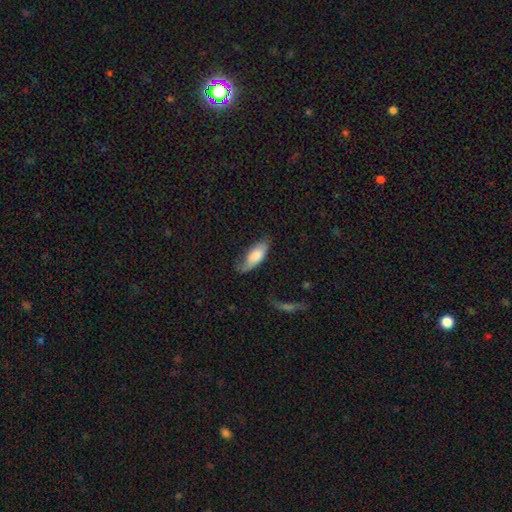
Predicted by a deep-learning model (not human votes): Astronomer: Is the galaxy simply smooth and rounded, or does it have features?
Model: smooth — 76%.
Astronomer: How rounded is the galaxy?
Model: in between — 79%.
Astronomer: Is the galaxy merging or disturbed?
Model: none — 52% (runner-up: minor disturbance, 33%).